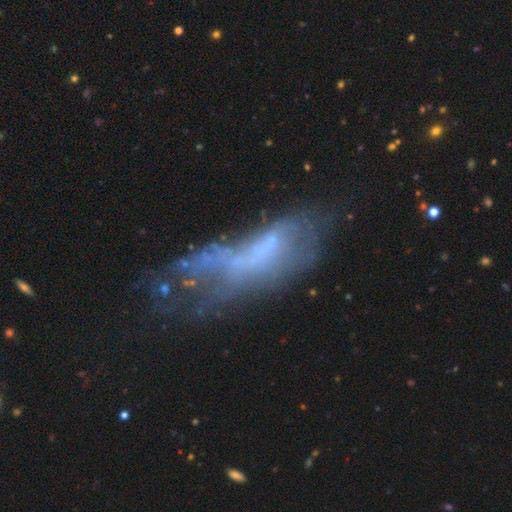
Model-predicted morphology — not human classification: type=featured or disk (50%); edge-on=no (88%); merging=major disturbance (39%).